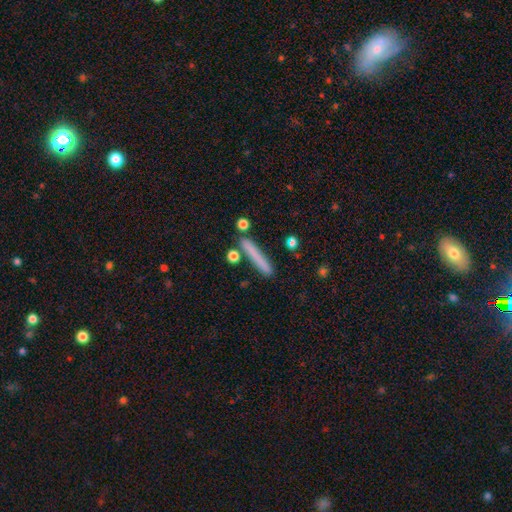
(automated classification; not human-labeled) Smooth or featured? smooth (72%)
How rounded? cigar-shaped (94%)
Merging? none (81%)